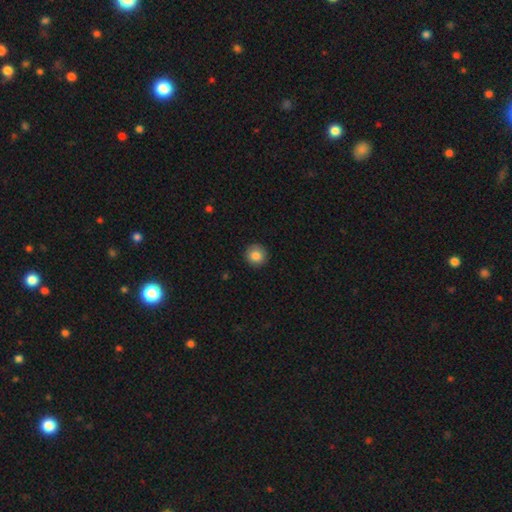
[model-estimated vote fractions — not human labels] smooth 86%, star or artifact 9%, featured or disk 6%. Down the decision tree: how rounded — round (94%); merging — none (91%).